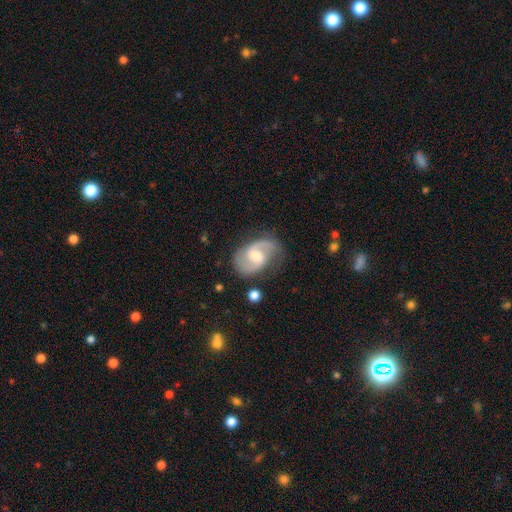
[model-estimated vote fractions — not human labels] Q: Smooth or featured?
A: featured or disk (86%); runner-up: smooth (9%)
Q: Edge-on disk?
A: no (97%); runner-up: yes (3%)
Q: Bar?
A: weak (52%); runner-up: no (37%)
Q: Spiral arms?
A: yes (97%); runner-up: no (3%)
Q: Spiral winding?
A: medium (56%); runner-up: loose (24%)
Q: Spiral arm count?
A: 2 (89%); runner-up: can't tell (4%)
Q: Bulge size?
A: moderate (60%); runner-up: small (33%)
Q: Merging?
A: none (74%); runner-up: minor disturbance (18%)